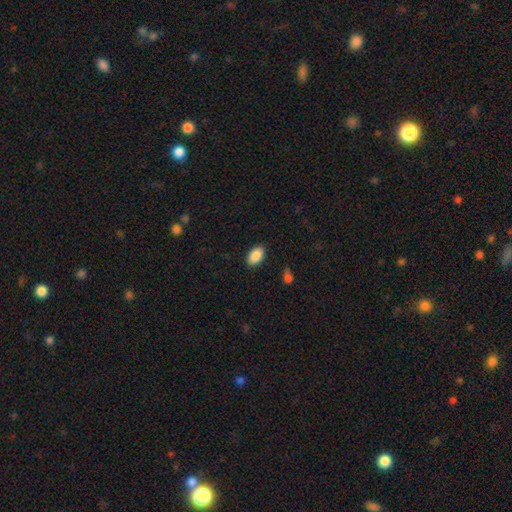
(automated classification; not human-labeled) Morphology: type=smooth (88%); roundness=in between (92%); merging=none (88%).